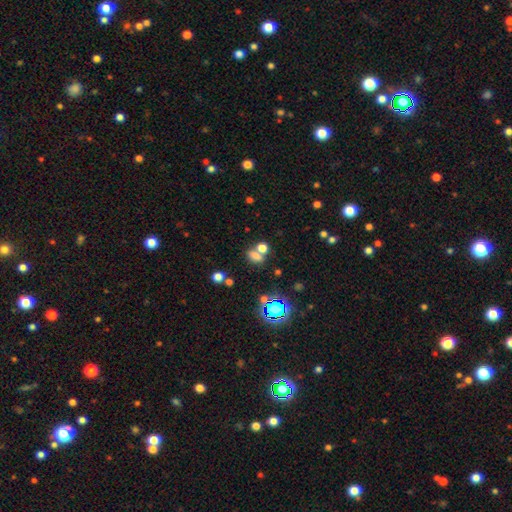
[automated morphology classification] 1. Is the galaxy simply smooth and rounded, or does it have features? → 68% smooth, 22% star or artifact, 10% featured or disk.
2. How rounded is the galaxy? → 68% in between, 26% round, 6% cigar-shaped.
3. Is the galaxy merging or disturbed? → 48% none, 38% merger, 10% minor disturbance, 5% major disturbance.